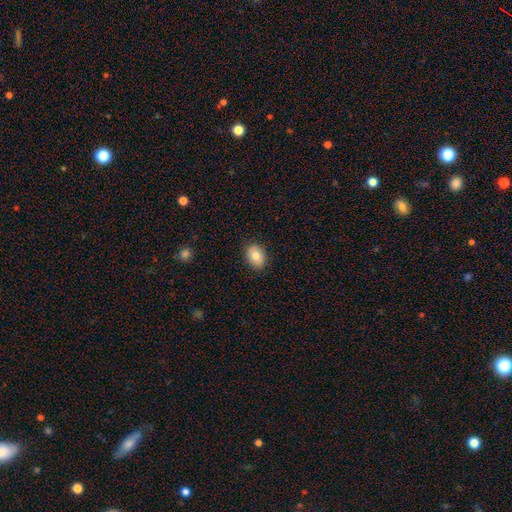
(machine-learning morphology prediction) type=smooth (81%); roundness=in between (77%); merging=none (88%).